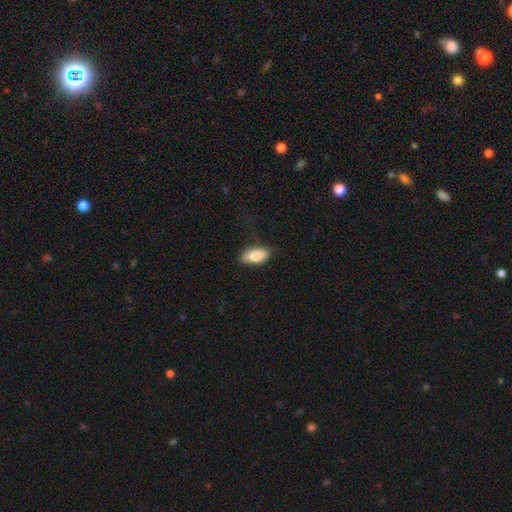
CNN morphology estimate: The model was most divided on "merging": none: 69%, minor disturbance: 24%, major disturbance: 5%, merger: 2%. More confident: how rounded — in between (89%); smooth or featured — smooth (84%).